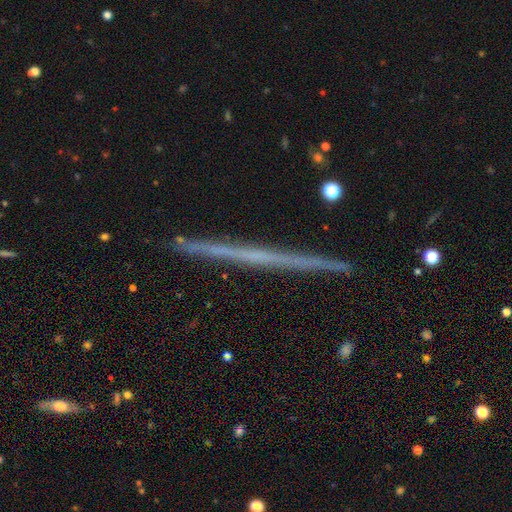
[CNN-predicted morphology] A featured or disk galaxy (63%) viewed edge-on (98%) with no central bulge (88%). Merging: none (92%).